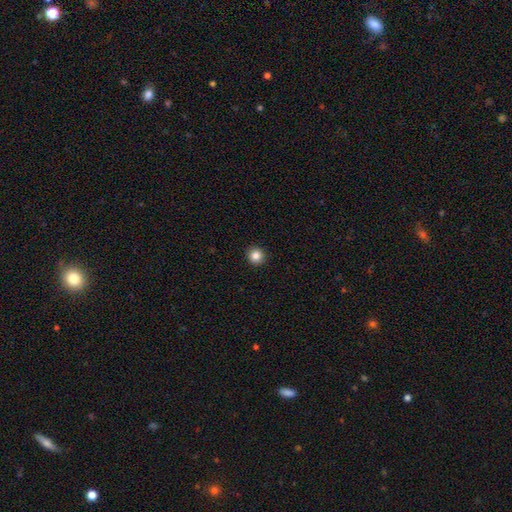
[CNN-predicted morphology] Overall: smooth (84%). How rounded: round (95%). Merging: none (94%).